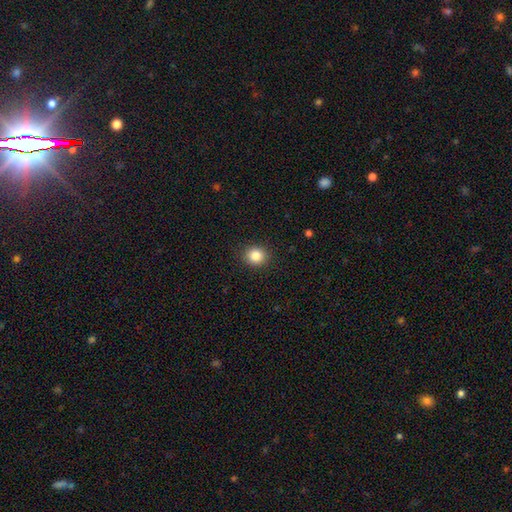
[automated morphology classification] Smooth or featured? smooth (85%)
How rounded? round (82%)
Merging? none (90%)